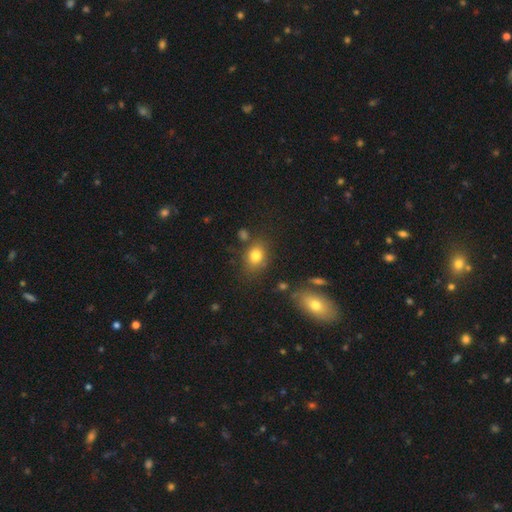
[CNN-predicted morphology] Smooth or featured: smooth — 79% (star or artifact — 12%)
How rounded: in between — 59% (round — 40%)
Merging: none — 73% (minor disturbance — 15%)